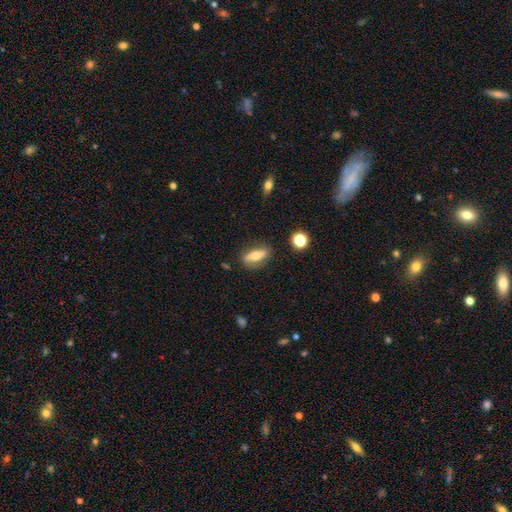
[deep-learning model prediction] This is possibly a smooth galaxy (53%). How rounded: likely in between (62%). Merging: likely none (76%).